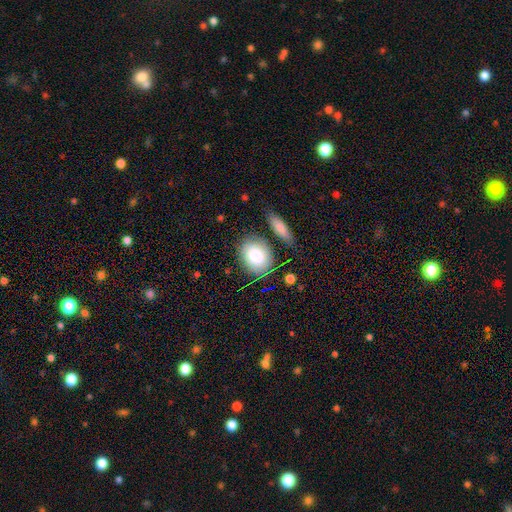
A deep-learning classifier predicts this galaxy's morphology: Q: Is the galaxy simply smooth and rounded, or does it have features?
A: smooth — 82%.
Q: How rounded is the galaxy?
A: in between — 66%.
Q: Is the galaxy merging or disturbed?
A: none — 74%.